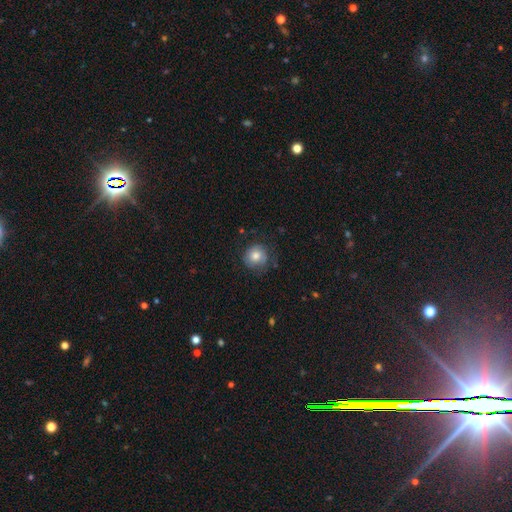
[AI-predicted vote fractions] A smooth galaxy with no disk features (73%) that is round (89%). Merging: none (69%).